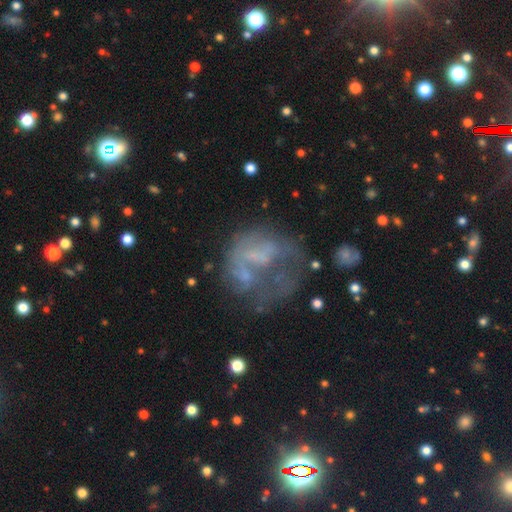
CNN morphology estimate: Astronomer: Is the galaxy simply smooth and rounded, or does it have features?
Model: featured or disk — 53% (runner-up: smooth, 29%).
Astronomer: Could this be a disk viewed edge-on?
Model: no — 97%.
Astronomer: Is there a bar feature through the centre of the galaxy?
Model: no — 77%.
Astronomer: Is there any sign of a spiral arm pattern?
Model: no — 79%.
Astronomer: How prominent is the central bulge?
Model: none — 64%.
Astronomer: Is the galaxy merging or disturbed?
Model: major disturbance — 45% (runner-up: none, 26%).